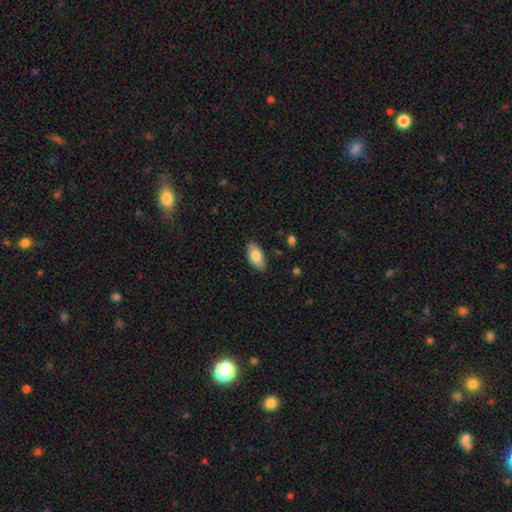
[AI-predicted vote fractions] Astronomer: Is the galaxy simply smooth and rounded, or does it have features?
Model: smooth — 82%.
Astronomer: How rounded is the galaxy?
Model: in between — 91%.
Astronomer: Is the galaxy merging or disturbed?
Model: none — 85%.